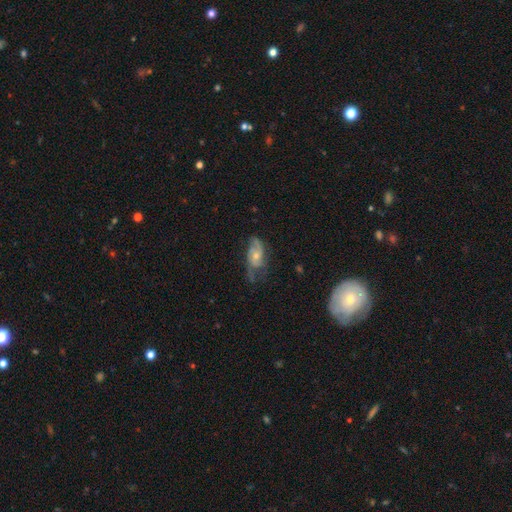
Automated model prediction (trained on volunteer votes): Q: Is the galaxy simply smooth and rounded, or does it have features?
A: featured or disk — 66%.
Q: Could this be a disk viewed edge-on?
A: no — 93%.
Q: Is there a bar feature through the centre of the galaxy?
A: no — 73%.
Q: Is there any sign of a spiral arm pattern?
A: yes — 84%.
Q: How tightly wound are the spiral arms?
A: medium — 42%.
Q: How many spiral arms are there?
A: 2 — 55%.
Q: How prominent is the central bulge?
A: small — 47%.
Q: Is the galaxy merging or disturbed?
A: none — 50%.